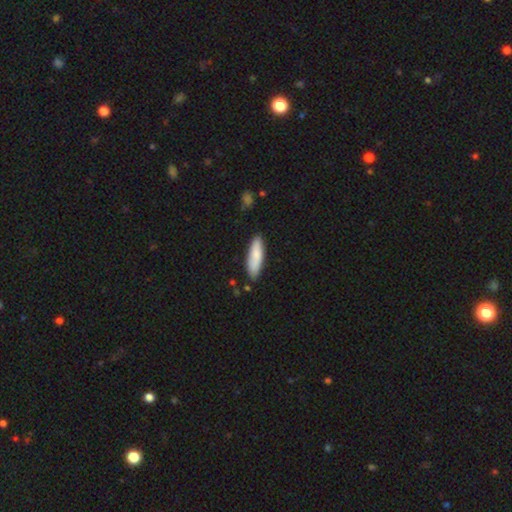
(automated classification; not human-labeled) smooth-or-featured: smooth: 82% | featured or disk: 12% | star or artifact: 5%
  how-rounded: cigar-shaped: 56% | in between: 42% | round: 1%
  merging: none: 83% | minor disturbance: 13% | merger: 2% | major disturbance: 2%